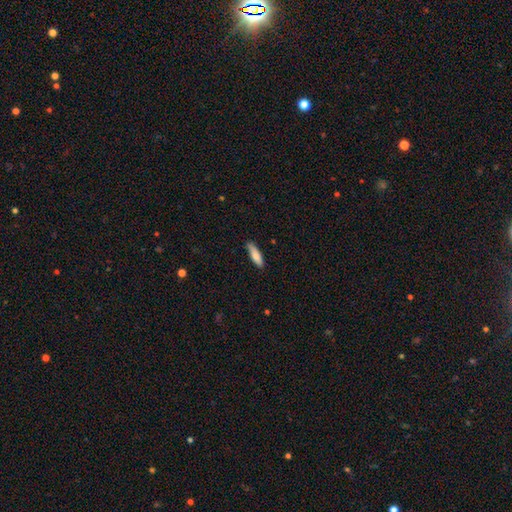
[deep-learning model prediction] Smooth or featured? Predicted: smooth (p=0.78). How rounded? Predicted: cigar-shaped (p=0.61). Merging? Predicted: none (p=0.85).